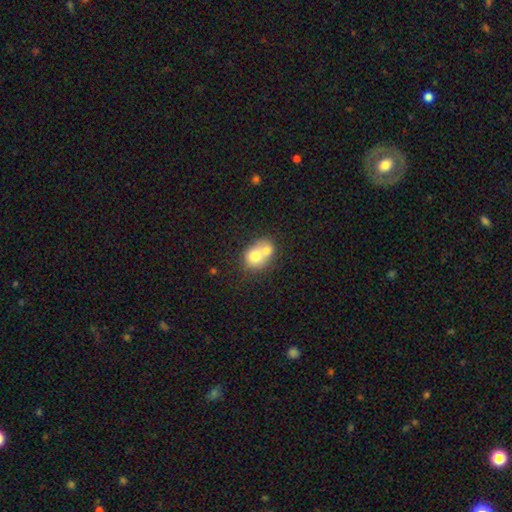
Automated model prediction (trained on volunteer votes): smooth-or-featured: smooth: 69% | featured or disk: 22% | star or artifact: 9%
  how-rounded: round: 58% | in between: 42% | cigar-shaped: 1%
  merging: merger: 69% | none: 21% | minor disturbance: 7% | major disturbance: 3%